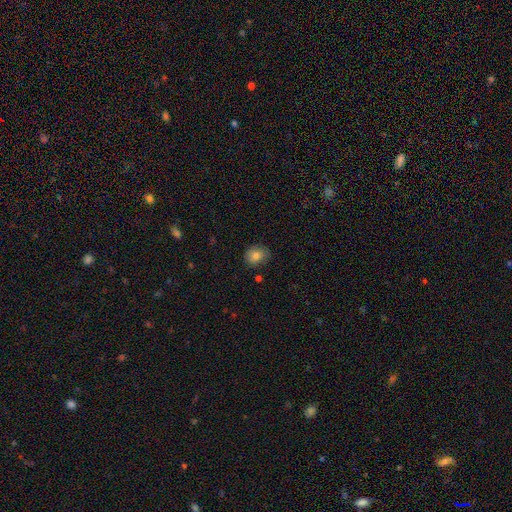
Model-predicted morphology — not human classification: Smooth or featured? smooth (81%)
How rounded? round (57%)
Merging? none (78%)